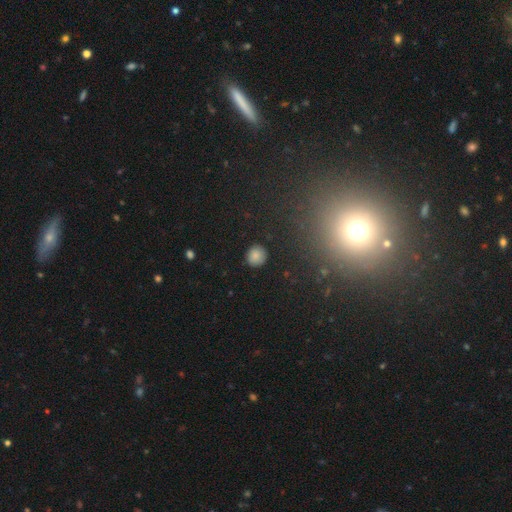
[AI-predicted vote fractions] Smooth or featured? Predicted: smooth (p=0.83). How rounded? Predicted: round (p=0.89). Merging? Predicted: none (p=0.88).